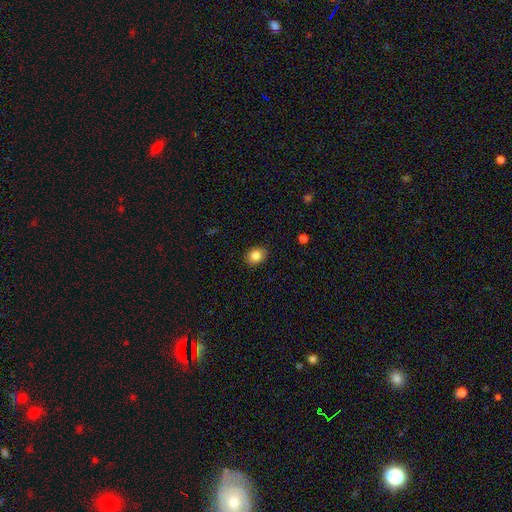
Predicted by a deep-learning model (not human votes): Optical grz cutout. It shows a smooth galaxy with no disk features (84%) that is in between round and cigar-shaped (53%). Merging: none (88%).